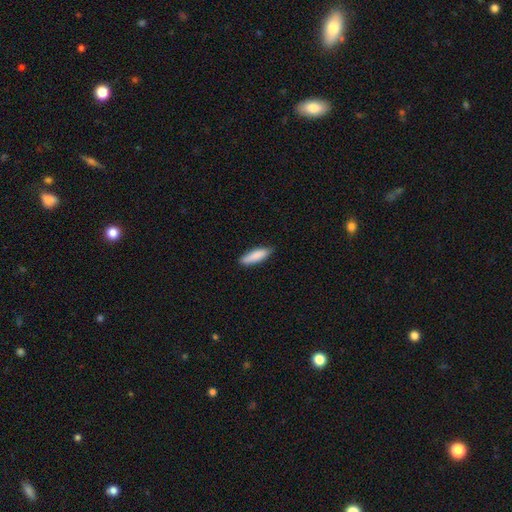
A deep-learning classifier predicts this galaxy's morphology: The model was most divided on "how rounded": cigar-shaped: 57%, in between: 42%, round: 1%. More confident: smooth or featured — smooth (87%); merging — none (84%).